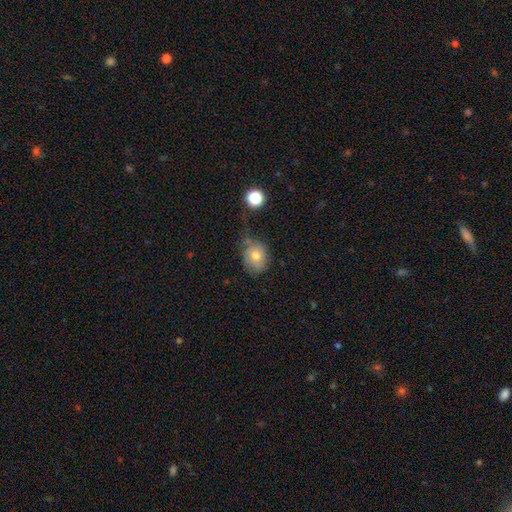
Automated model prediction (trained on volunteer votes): This is likely a smooth galaxy (67%). How rounded: possibly round (58%). Merging: possibly none (51%).